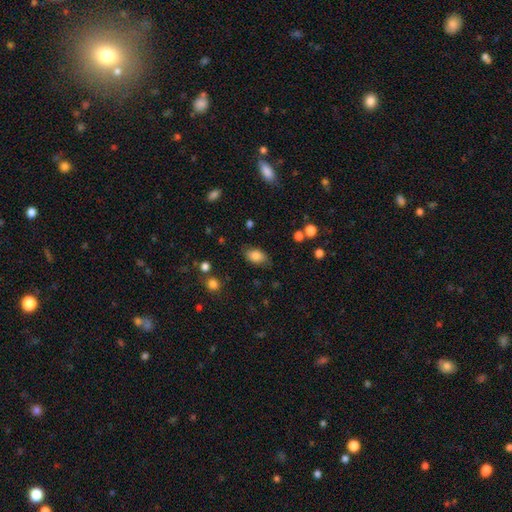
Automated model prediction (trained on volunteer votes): Smooth or featured: smooth — 82% (featured or disk — 10%)
How rounded: in between — 89% (round — 10%)
Merging: none — 78% (minor disturbance — 16%)